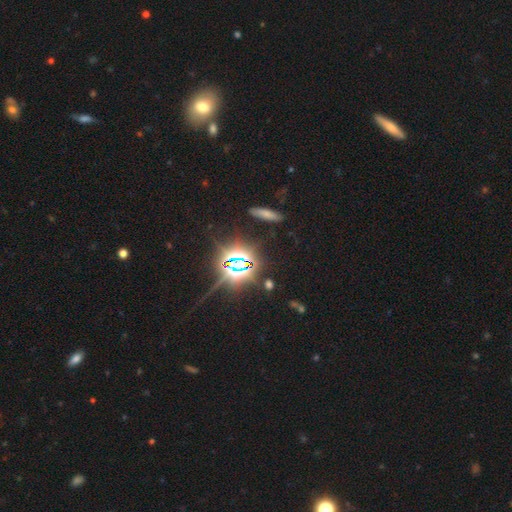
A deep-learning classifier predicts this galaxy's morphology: Smooth or featured: star or artifact — 81% (smooth — 12%)